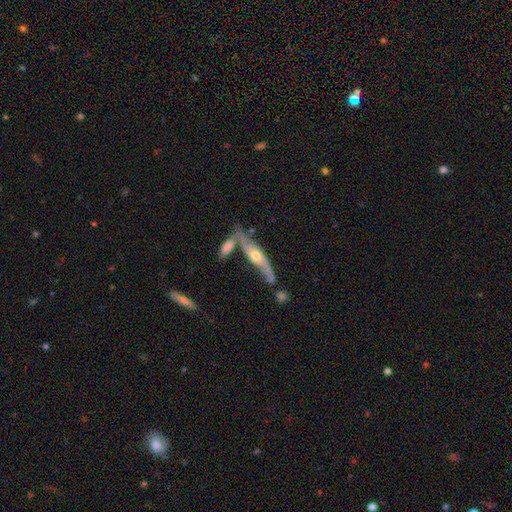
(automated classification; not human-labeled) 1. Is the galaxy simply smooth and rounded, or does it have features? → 68% featured or disk, 26% smooth, 6% star or artifact.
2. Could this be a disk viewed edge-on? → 68% yes, 32% no.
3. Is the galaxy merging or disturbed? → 52% none, 23% merger, 19% minor disturbance, 7% major disturbance.